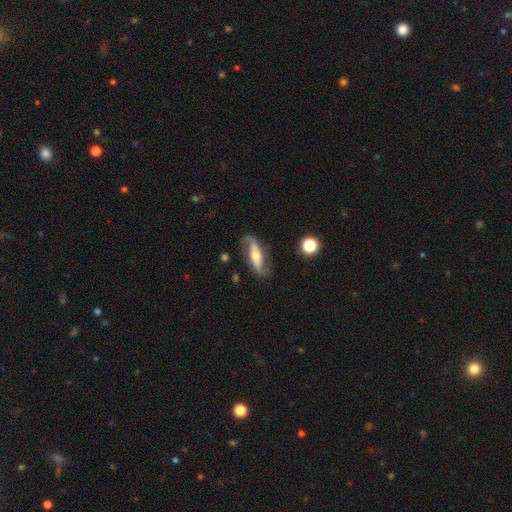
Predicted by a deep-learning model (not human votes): Smooth or featured: featured or disk — 82% (smooth — 12%)
Edge-on disk: no — 89% (yes — 11%)
Bar: strong — 40% (no — 33%)
Spiral arms: yes — 93% (no — 7%)
Spiral winding: loose — 52% (medium — 34%)
Spiral arm count: 2 — 90% (1 — 4%)
Bulge size: moderate — 63% (small — 24%)
Merging: none — 77% (minor disturbance — 14%)